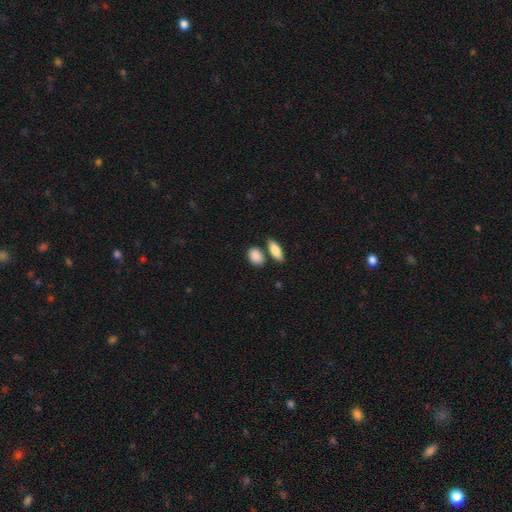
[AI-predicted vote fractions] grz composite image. It shows a smooth galaxy with no disk features (88%) that is in between round and cigar-shaped (80%). Merging: none (64%).